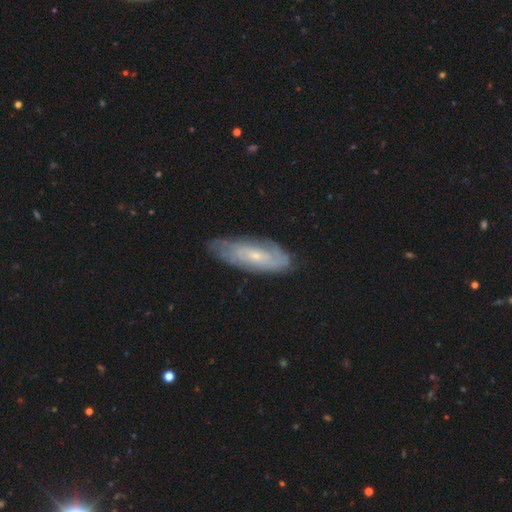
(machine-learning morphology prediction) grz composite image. It shows a featured or disk galaxy (64%) with no bar (68%), spiral arms (80%) and a small central bulge (72%). Merging: none (73%).